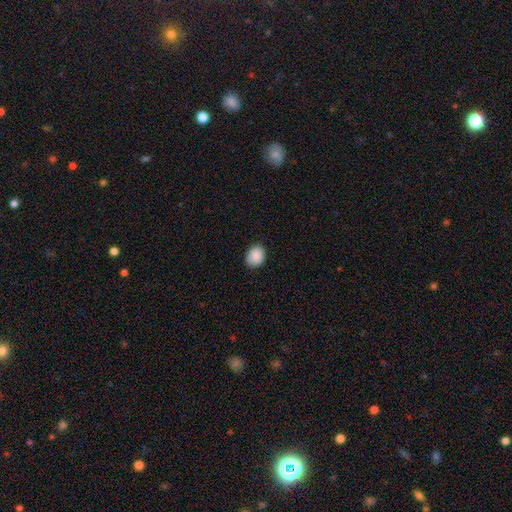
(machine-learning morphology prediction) Smooth or featured: smooth — 89% (star or artifact — 7%)
How rounded: in between — 53% (round — 46%)
Merging: none — 82% (minor disturbance — 15%)